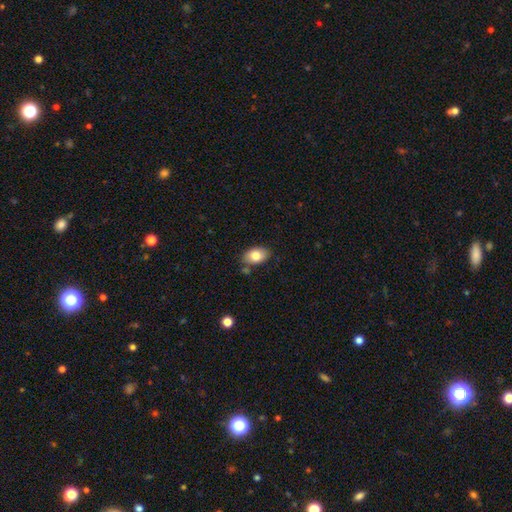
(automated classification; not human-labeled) A smooth galaxy with no disk features (81%) that is in between round and cigar-shaped (87%).

Vote fractions:
- Smooth or featured? smooth: 81% / featured or disk: 11% / star or artifact: 7%
- How rounded? in between: 87% / round: 12% / cigar-shaped: 1%
- Merging? none: 76% / minor disturbance: 15% / merger: 6% / major disturbance: 3%